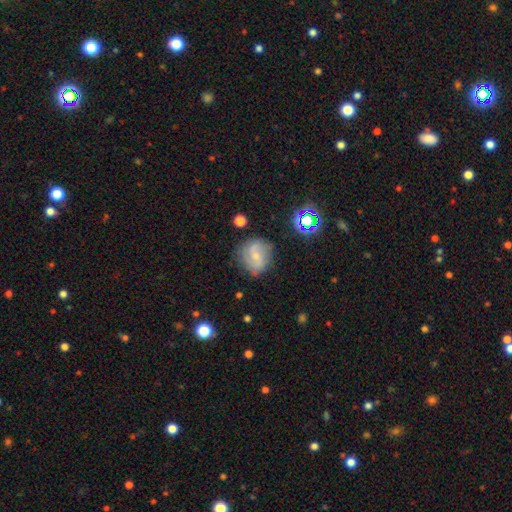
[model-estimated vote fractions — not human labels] A featured or disk galaxy (55%) with no bar (45%), spiral arms (84%) and a small central bulge (65%). Merging: none (70%).